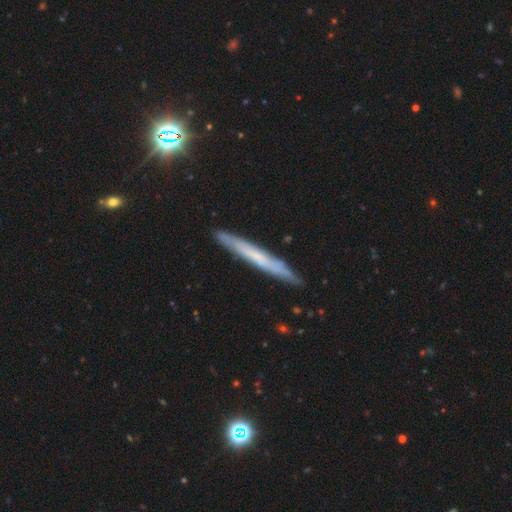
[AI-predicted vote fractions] Smooth or featured?
  - featured or disk: 51% *
  - smooth: 42%
  - star or artifact: 7%
Edge-on disk?
  - yes: 90% *
  - no: 10%
Merging?
  - none: 87% *
  - minor disturbance: 10%
  - major disturbance: 2%
  - merger: 1%